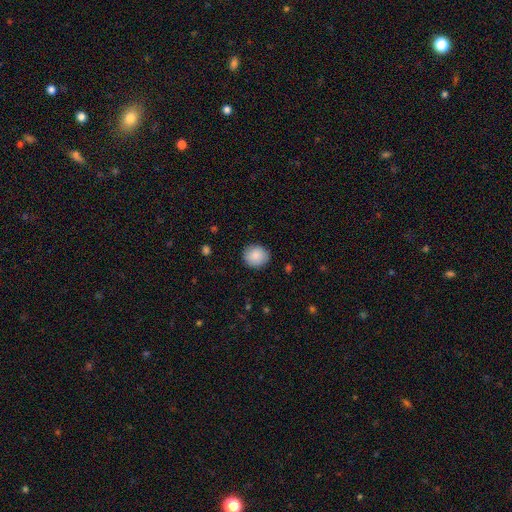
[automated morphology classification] This appears to be a smooth galaxy with no disk features (87%) that is round (85%). Merging: none (88%).